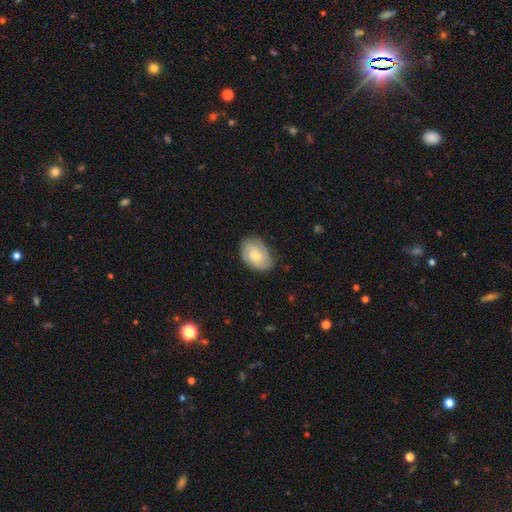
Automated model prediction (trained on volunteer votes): Smooth or featured? featured or disk (54%)
Edge-on disk? no (96%)
Bar? no (75%)
Spiral arms? yes (87%)
Bulge size? small (49%)
Merging? none (77%)